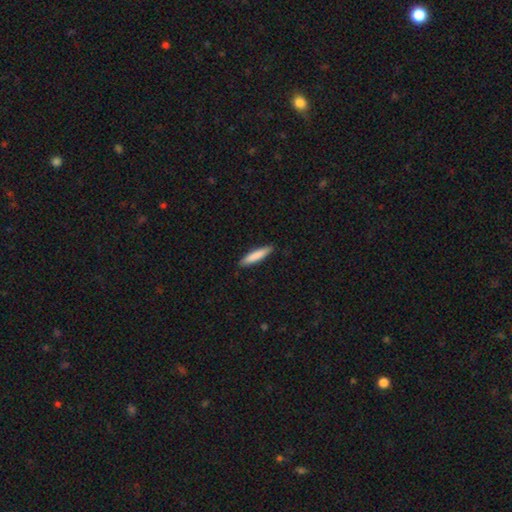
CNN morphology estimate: The model was most divided on "smooth or featured": smooth: 82%, featured or disk: 13%, star or artifact: 5%. More confident: merging — none (89%); how rounded — cigar-shaped (87%).